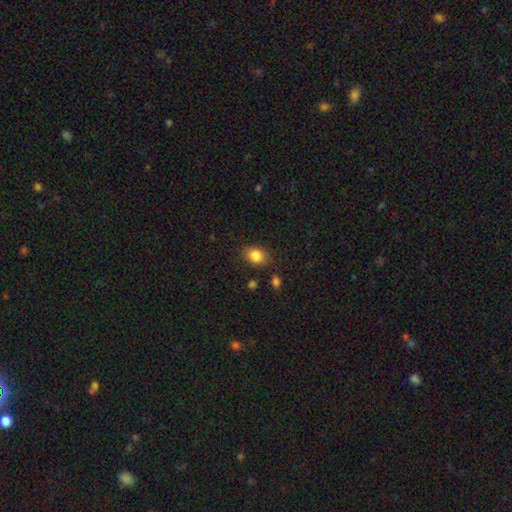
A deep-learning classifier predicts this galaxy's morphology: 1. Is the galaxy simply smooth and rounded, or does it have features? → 85% smooth, 9% star or artifact, 6% featured or disk.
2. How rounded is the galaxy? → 63% in between, 36% round, 1% cigar-shaped.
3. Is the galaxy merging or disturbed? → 83% none, 11% minor disturbance, 3% major disturbance, 3% merger.